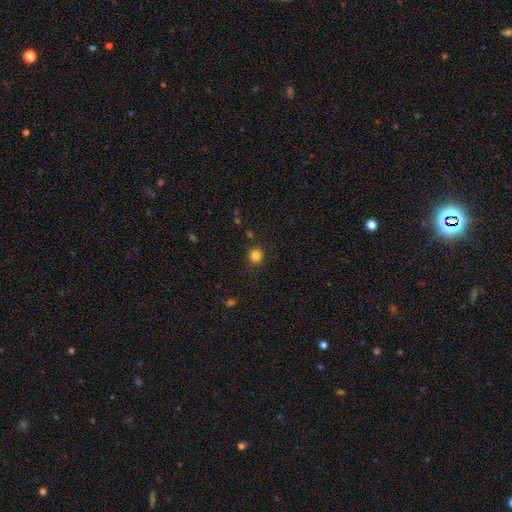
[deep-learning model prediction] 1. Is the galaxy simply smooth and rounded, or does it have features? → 83% smooth, 13% star or artifact, 5% featured or disk.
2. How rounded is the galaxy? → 89% round, 10% in between, 1% cigar-shaped.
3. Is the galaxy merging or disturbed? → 88% none, 8% minor disturbance, 3% major disturbance, 2% merger.